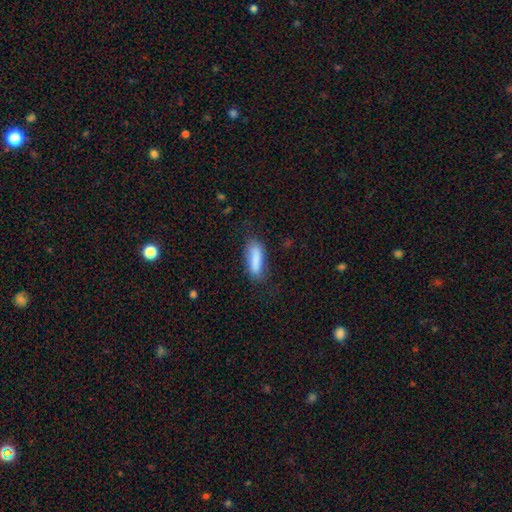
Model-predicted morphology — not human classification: type=smooth (83%); roundness=cigar-shaped (52%); merging=none (72%).